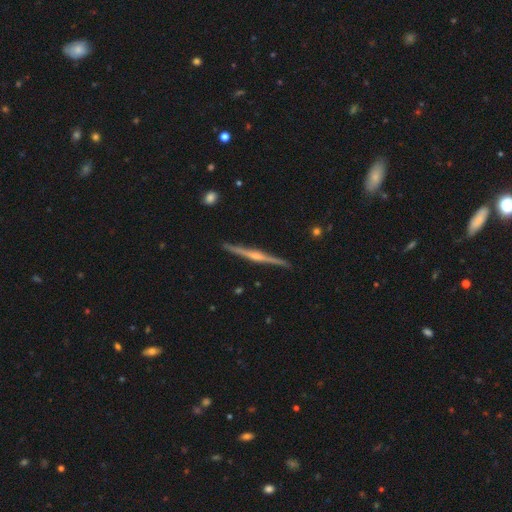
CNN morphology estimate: smooth_or_featured: featured or disk (p=0.84) [alt: smooth p=0.11]
disk_edge_on: yes (p=0.98) [alt: no p=0.02]
edge_on_bulge: rounded (p=0.77) [alt: none p=0.13]
merging: none (p=0.91) [alt: minor disturbance p=0.07]